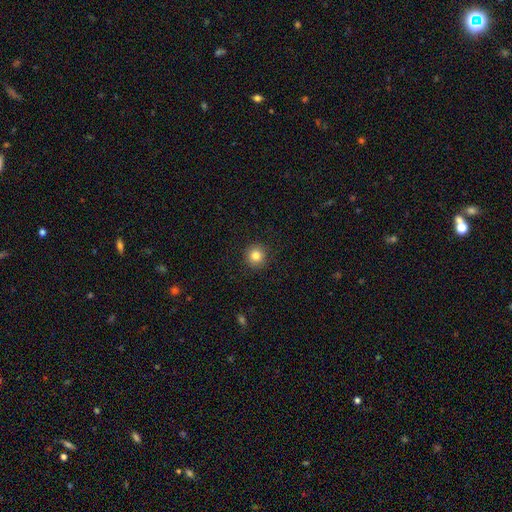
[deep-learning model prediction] Smooth or featured? smooth (83%)
How rounded? round (94%)
Merging? none (91%)